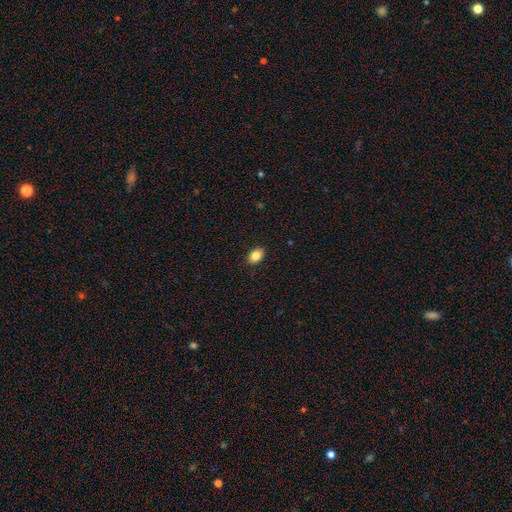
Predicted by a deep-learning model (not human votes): smooth 85%, star or artifact 9%, featured or disk 6%. Down the decision tree: how rounded — in between (73%); merging — none (90%).